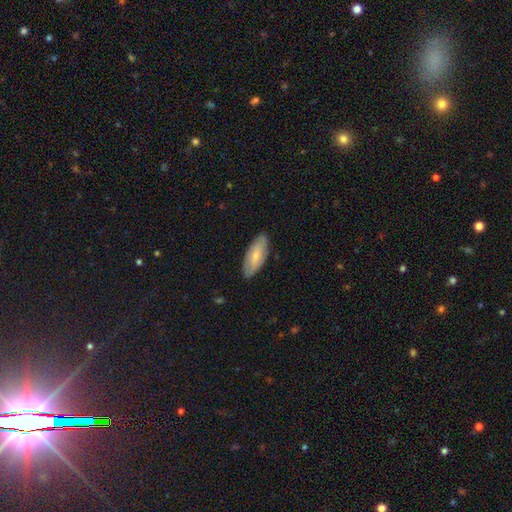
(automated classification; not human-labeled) smooth-or-featured: smooth: 67% | featured or disk: 28% | star or artifact: 6%
  how-rounded: in between: 78% | cigar-shaped: 20% | round: 2%
  merging: none: 84% | minor disturbance: 13% | major disturbance: 2% | merger: 1%